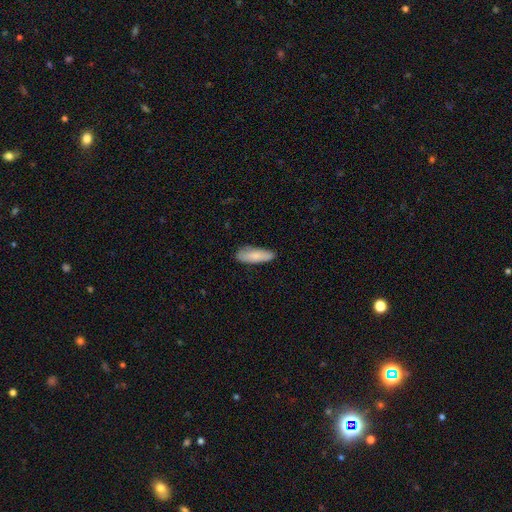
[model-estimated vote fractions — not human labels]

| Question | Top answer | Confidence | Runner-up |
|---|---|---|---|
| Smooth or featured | smooth | 83% | featured or disk (11%) |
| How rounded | in between | 59% | cigar-shaped (40%) |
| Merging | none | 83% | minor disturbance (14%) |